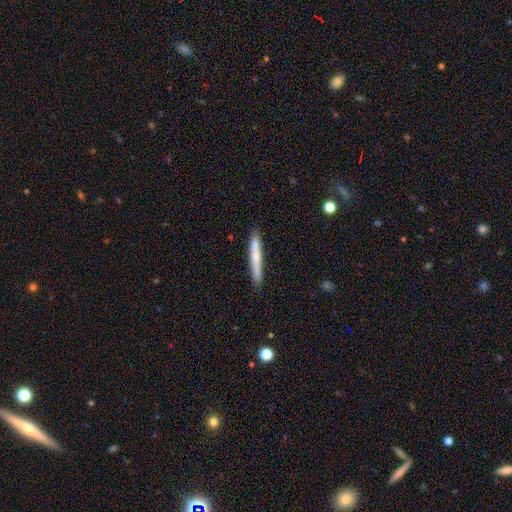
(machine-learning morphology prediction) smooth_or_featured: smooth (p=0.65) [alt: featured or disk p=0.29]
how_rounded: cigar-shaped (p=0.96) [alt: in between p=0.03]
merging: none (p=0.88) [alt: minor disturbance p=0.09]